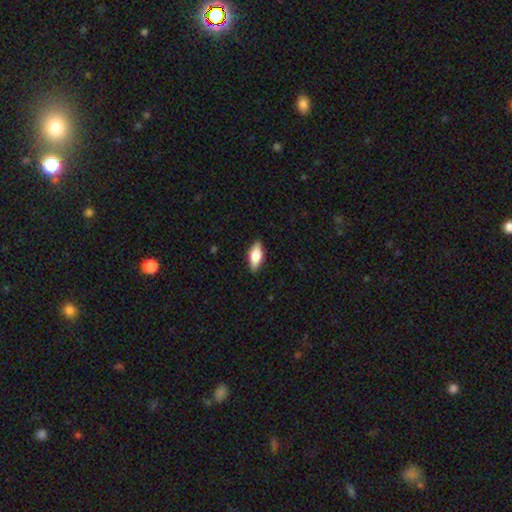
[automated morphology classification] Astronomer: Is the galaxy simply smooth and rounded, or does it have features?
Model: smooth — 68%.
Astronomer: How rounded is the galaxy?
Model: in between — 79%.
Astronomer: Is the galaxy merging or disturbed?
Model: none — 88%.